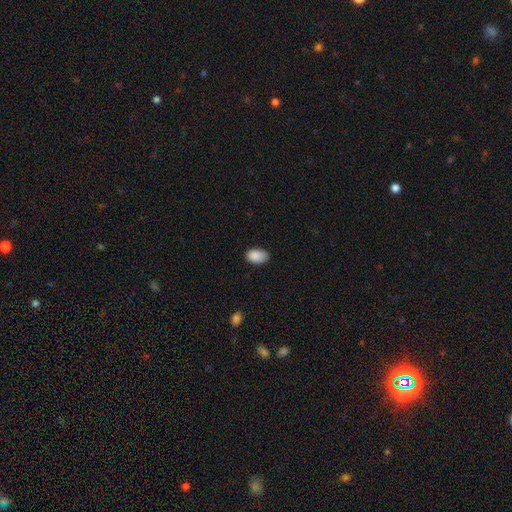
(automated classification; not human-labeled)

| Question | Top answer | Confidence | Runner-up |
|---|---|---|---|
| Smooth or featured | smooth | 89% | star or artifact (7%) |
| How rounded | in between | 91% | round (8%) |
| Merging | none | 78% | minor disturbance (18%) |